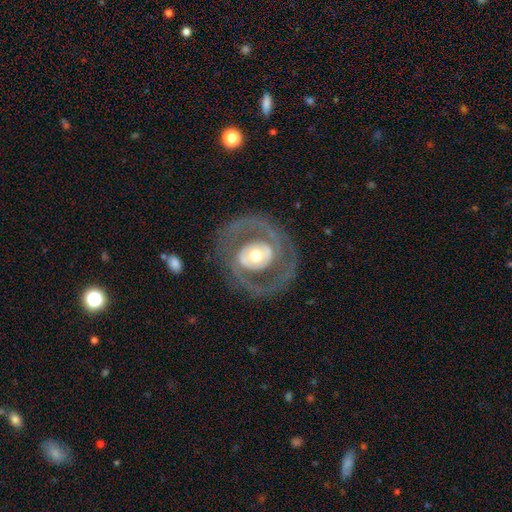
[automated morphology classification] Smooth or featured? featured or disk (77%)
Edge-on disk? no (96%)
Bar? no (67%)
Spiral arms? yes (55%)
Bulge size? moderate (64%)
Merging? none (76%)